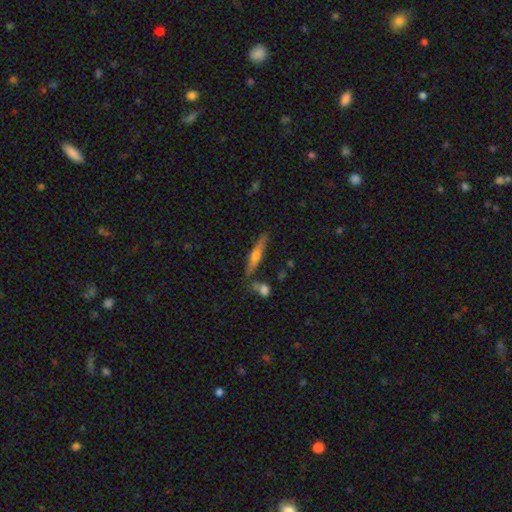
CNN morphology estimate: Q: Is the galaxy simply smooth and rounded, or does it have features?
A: featured or disk — 59%.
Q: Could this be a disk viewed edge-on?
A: yes — 95%.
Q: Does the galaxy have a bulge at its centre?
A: rounded — 90%.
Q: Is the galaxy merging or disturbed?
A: none — 77%.